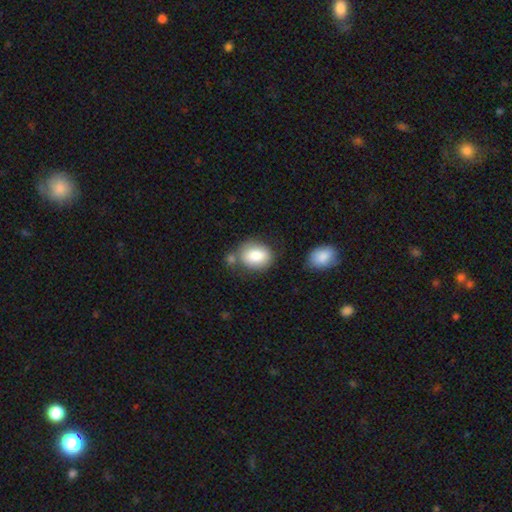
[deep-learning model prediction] Morphology: type=smooth (83%); roundness=in between (60%); merging=none (63%).